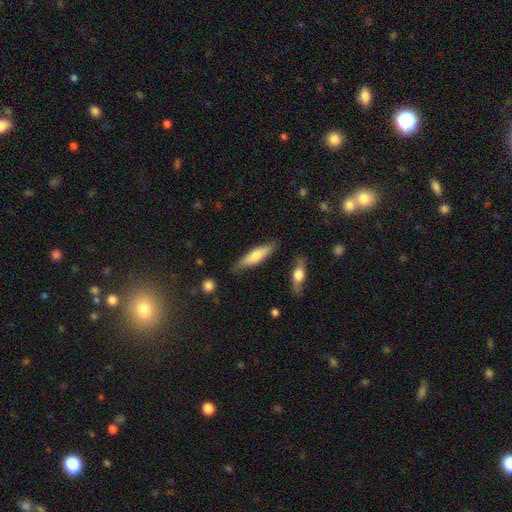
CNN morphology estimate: A smooth galaxy with no disk features (65%) that is cigar-shaped (66%). Merging: none (77%).